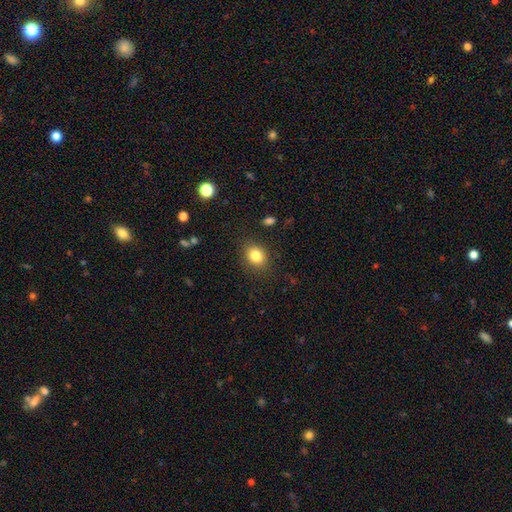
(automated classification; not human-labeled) smooth_or_featured: smooth (p=0.82) [alt: star or artifact p=0.10]
how_rounded: round (p=0.55) [alt: in between p=0.44]
merging: none (p=0.86) [alt: minor disturbance p=0.10]